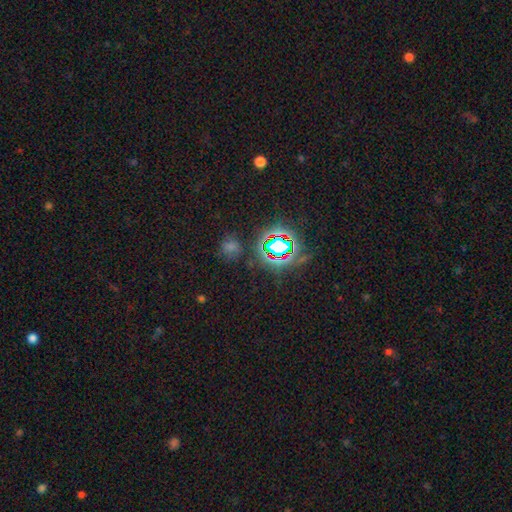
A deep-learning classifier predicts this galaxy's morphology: A star or artifact, not a galaxy (76%).

Vote fractions:
- Smooth or featured? star or artifact: 76% / smooth: 16% / featured or disk: 8%